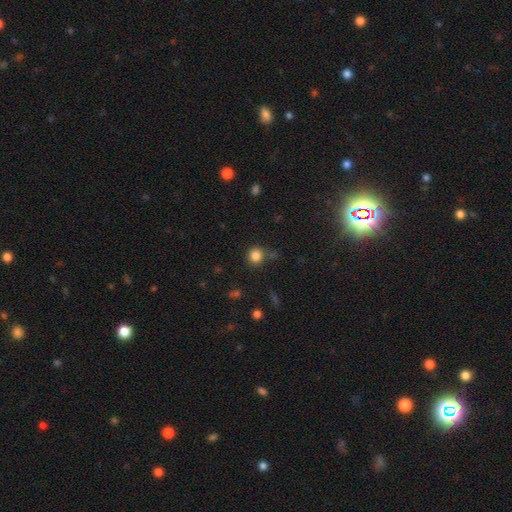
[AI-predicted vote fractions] The model was most divided on "merging": none: 78%, minor disturbance: 11%, merger: 7%, major disturbance: 4%. More confident: how rounded — round (88%); smooth or featured — smooth (83%).